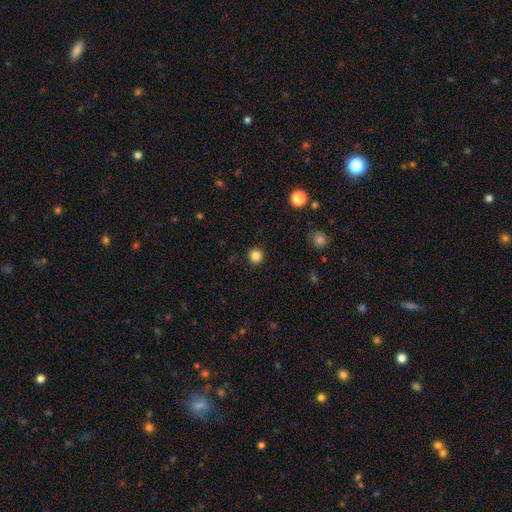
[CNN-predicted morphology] type=smooth (84%); roundness=round (96%); merging=none (93%).